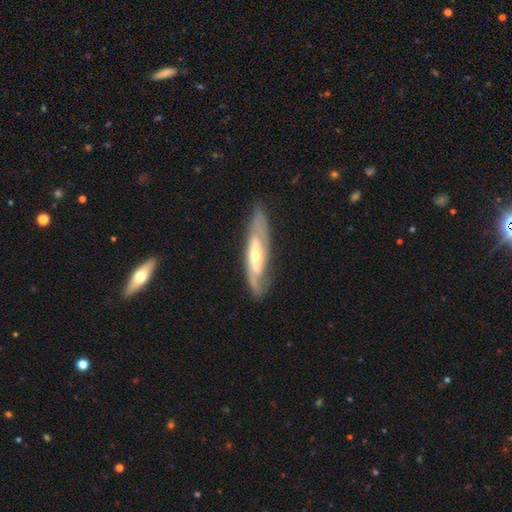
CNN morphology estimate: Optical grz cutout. It shows a featured or disk galaxy (78%) with no bar (42%), spiral arms (84%) and a moderate central bulge (49%). Merging: none (77%).